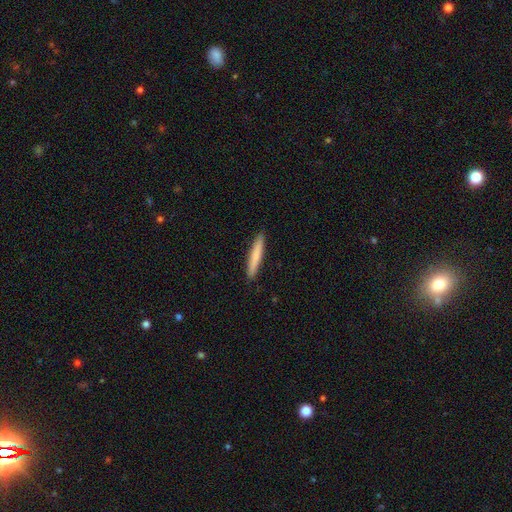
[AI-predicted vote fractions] A smooth galaxy with no disk features (76%) that is cigar-shaped (95%). Merging: none (92%).